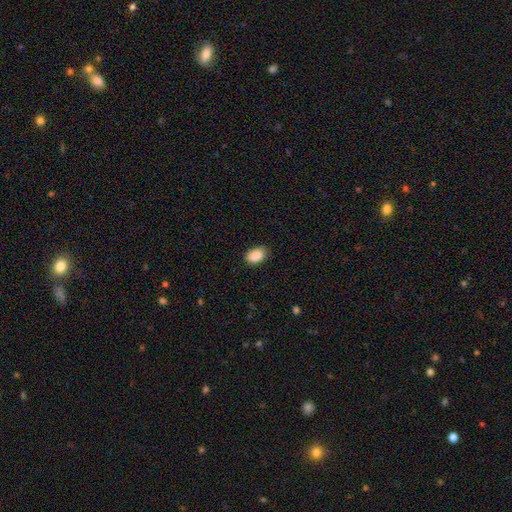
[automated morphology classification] Smooth or featured?
  - smooth: 89% *
  - star or artifact: 7%
  - featured or disk: 3%
How rounded?
  - in between: 88% *
  - round: 11%
  - cigar-shaped: 1%
Merging?
  - none: 85% *
  - minor disturbance: 11%
  - major disturbance: 2%
  - merger: 1%